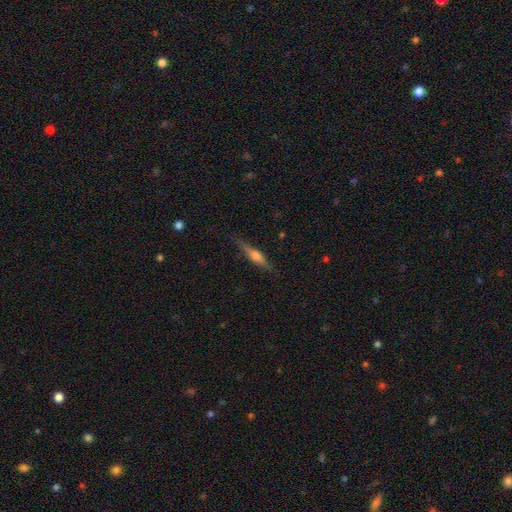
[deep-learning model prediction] smooth_or_featured: featured or disk (p=0.60) [alt: smooth p=0.33]
disk_edge_on: yes (p=0.96) [alt: no p=0.04]
edge_on_bulge: rounded (p=0.87) [alt: boxy p=0.08]
merging: none (p=0.81) [alt: minor disturbance p=0.15]